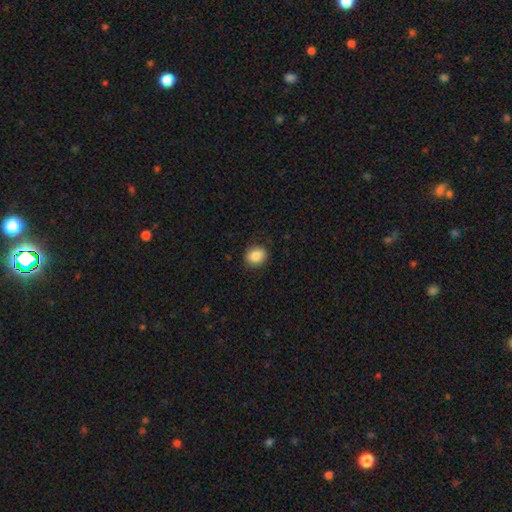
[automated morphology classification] A smooth galaxy with no disk features (85%) that is round (65%). Merging: none (87%).